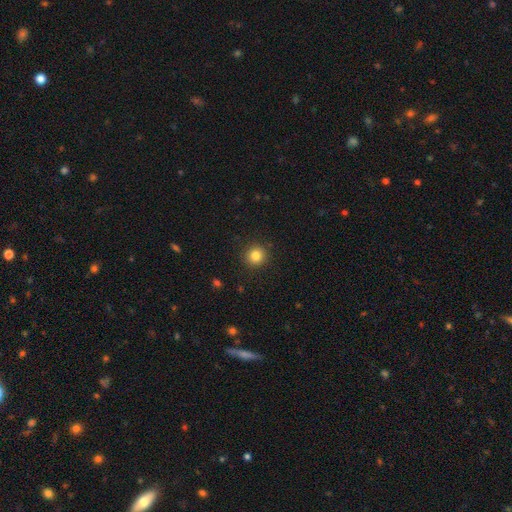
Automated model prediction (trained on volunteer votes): The model was most divided on "smooth or featured": smooth: 82%, star or artifact: 12%, featured or disk: 6%. More confident: how rounded — round (94%); merging — none (92%).